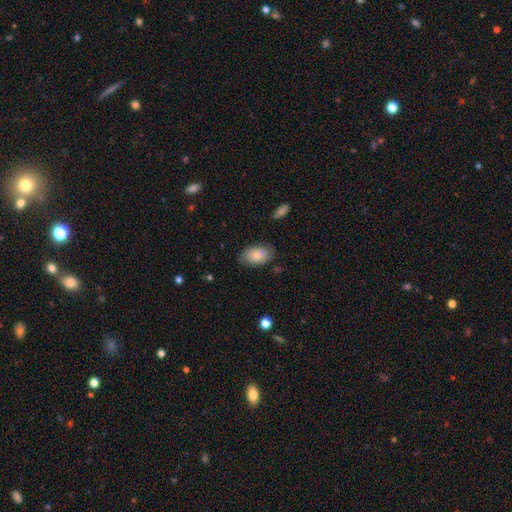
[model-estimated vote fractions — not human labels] smooth_or_featured: smooth (p=0.75) [alt: featured or disk p=0.18]
how_rounded: in between (p=0.92) [alt: round p=0.07]
merging: none (p=0.76) [alt: minor disturbance p=0.18]